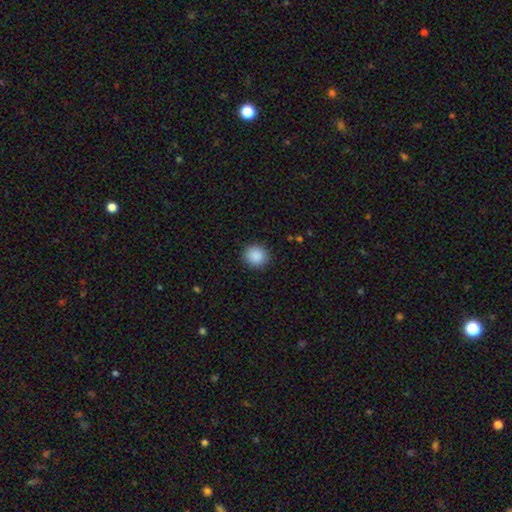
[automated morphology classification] smooth-or-featured: smooth: 89% | star or artifact: 8% | featured or disk: 3%
  how-rounded: round: 88% | in between: 11% | cigar-shaped: 1%
  merging: none: 91% | minor disturbance: 6% | major disturbance: 2% | merger: 1%